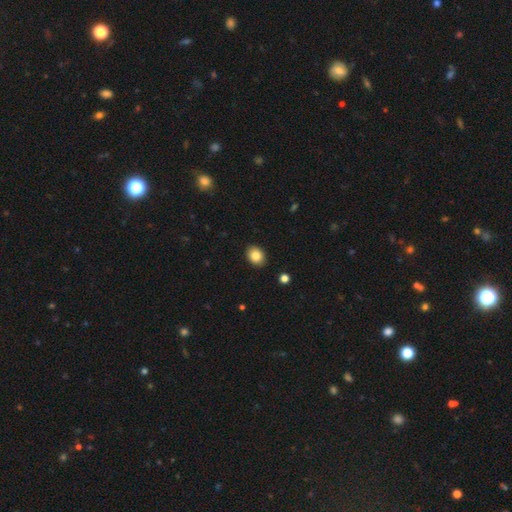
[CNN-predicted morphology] Overall: smooth (85%). How rounded: in between (62%; round 37%). Merging: none (90%).